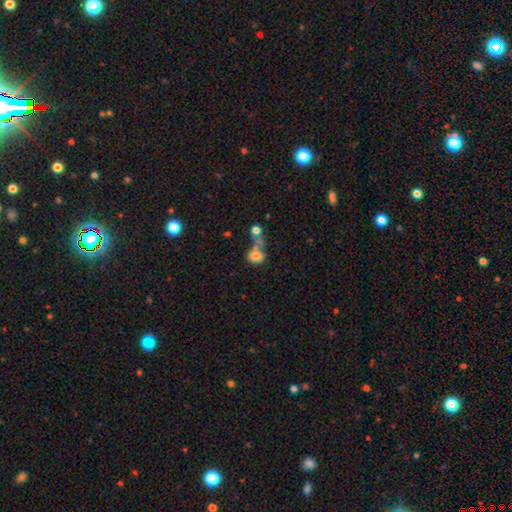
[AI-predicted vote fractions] smooth 74%, featured or disk 15%, star or artifact 11%. Down the decision tree: how rounded — in between (51%); merging — merger (50%).